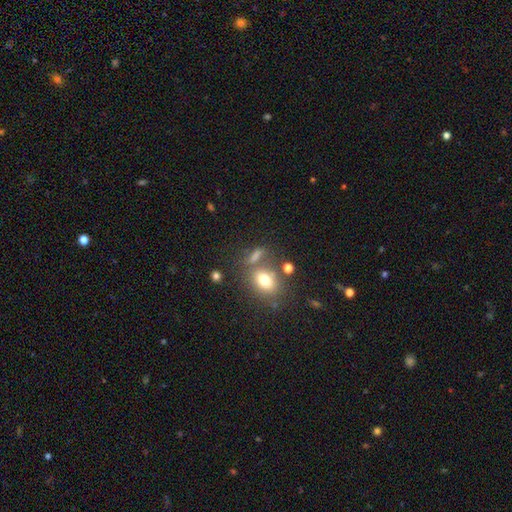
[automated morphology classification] A smooth galaxy with no disk features (67%) that is in between round and cigar-shaped (61%). Merging: none (59%).